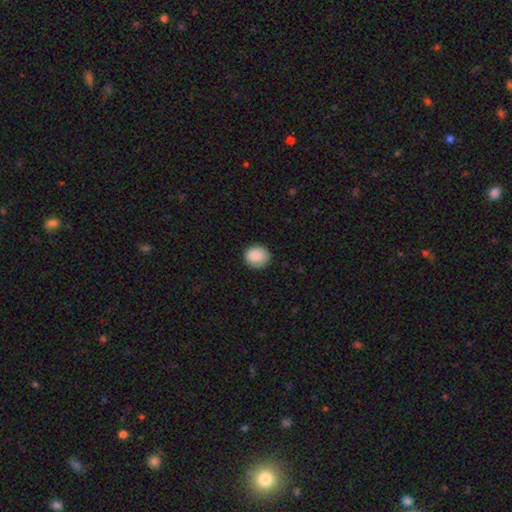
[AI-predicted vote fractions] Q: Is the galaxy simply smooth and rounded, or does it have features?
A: smooth — 88%.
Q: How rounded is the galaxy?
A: round — 85%.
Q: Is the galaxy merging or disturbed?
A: none — 85%.